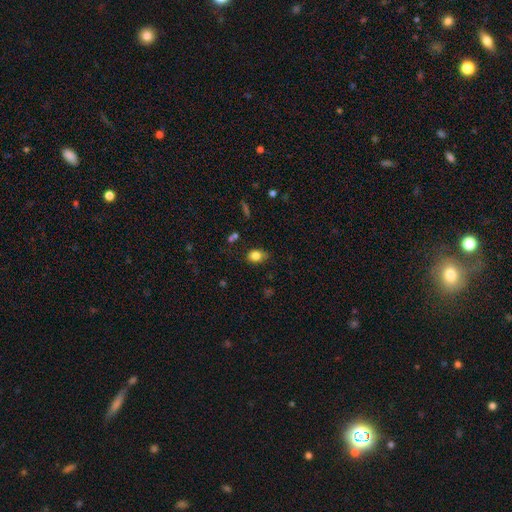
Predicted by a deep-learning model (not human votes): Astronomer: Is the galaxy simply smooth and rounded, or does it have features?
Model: smooth — 82%.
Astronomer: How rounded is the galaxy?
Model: in between — 62%.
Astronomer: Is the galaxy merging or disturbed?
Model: none — 70%.